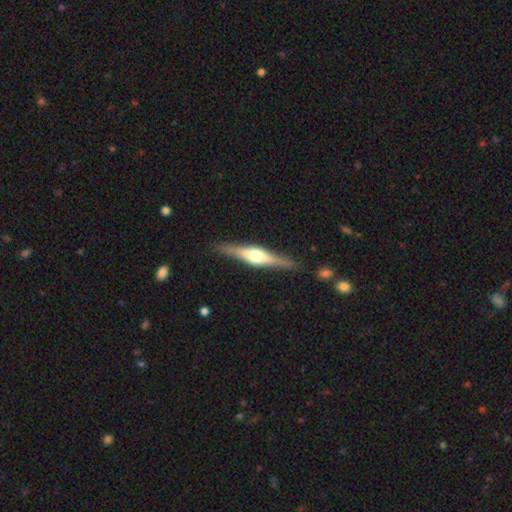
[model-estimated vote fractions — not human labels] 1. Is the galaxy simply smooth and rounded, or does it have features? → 73% featured or disk, 22% smooth, 5% star or artifact.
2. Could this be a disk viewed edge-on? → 97% yes, 3% no.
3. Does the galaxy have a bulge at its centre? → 89% rounded, 8% boxy, 2% none.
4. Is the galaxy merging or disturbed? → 88% none, 8% minor disturbance, 2% major disturbance, 1% merger.